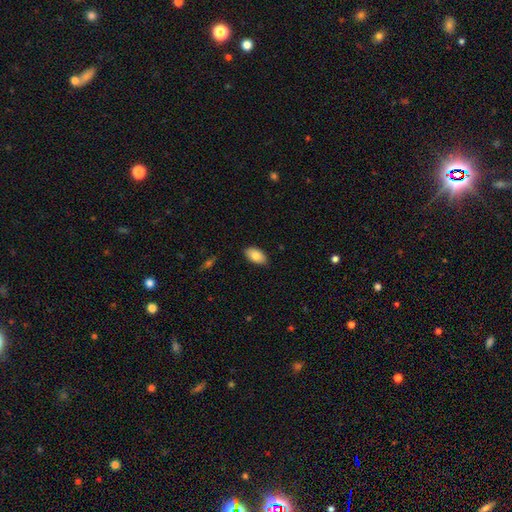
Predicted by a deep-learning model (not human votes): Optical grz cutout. It shows a smooth galaxy with no disk features (81%) that is in between round and cigar-shaped (94%). Merging: none (84%).